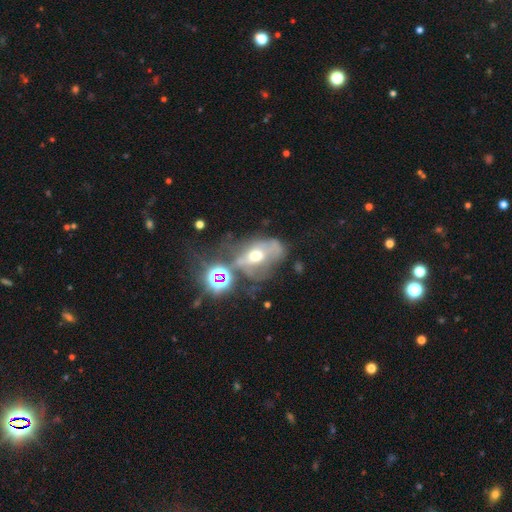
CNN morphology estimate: Smooth or featured: featured or disk — 49% (smooth — 28%)
Merging: major disturbance — 32% (none — 26%)